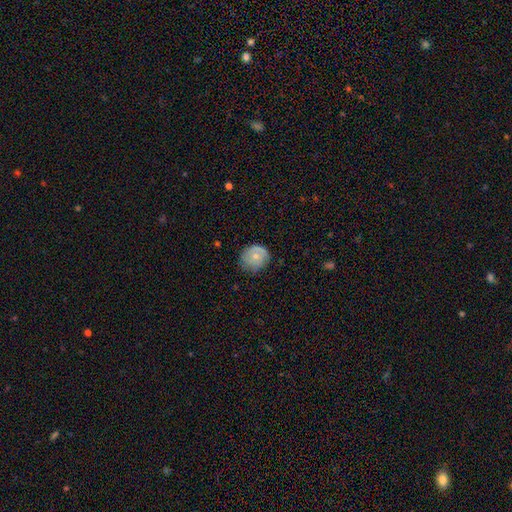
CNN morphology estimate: Smooth or featured?
  - smooth: 68% *
  - featured or disk: 25%
  - star or artifact: 7%
How rounded?
  - round: 77% *
  - in between: 22%
  - cigar-shaped: 1%
Merging?
  - none: 69% *
  - minor disturbance: 24%
  - major disturbance: 6%
  - merger: 1%